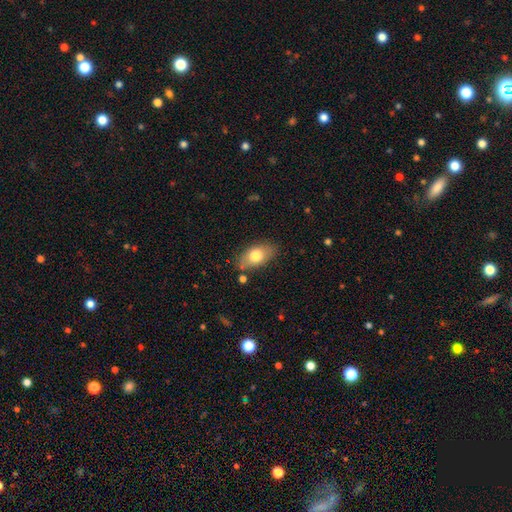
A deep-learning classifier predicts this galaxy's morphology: smooth 73%, featured or disk 20%, star or artifact 7%. Down the decision tree: how rounded — in between (89%); merging — none (77%).